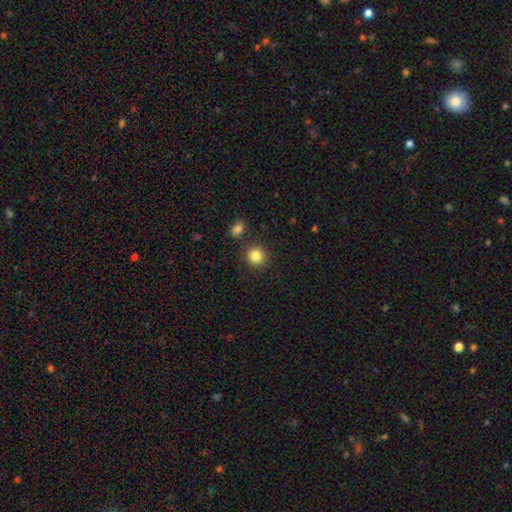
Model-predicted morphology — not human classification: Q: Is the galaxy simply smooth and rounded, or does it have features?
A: smooth — 85%.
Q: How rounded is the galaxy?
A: round — 91%.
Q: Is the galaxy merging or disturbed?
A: none — 86%.